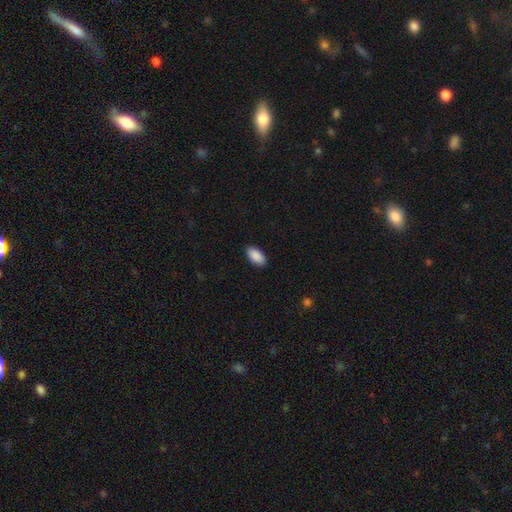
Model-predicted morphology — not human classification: The model was most divided on "merging": none: 90%, minor disturbance: 8%, major disturbance: 2%, merger: 1%. More confident: how rounded — in between (95%); smooth or featured — smooth (91%).